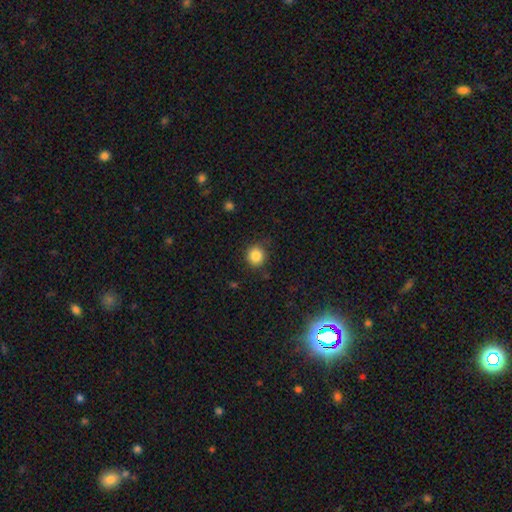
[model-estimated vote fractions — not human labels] Smooth or featured?
  - smooth: 85% *
  - star or artifact: 11%
  - featured or disk: 4%
How rounded?
  - round: 91% *
  - in between: 8%
  - cigar-shaped: 1%
Merging?
  - none: 86% *
  - minor disturbance: 10%
  - major disturbance: 3%
  - merger: 1%